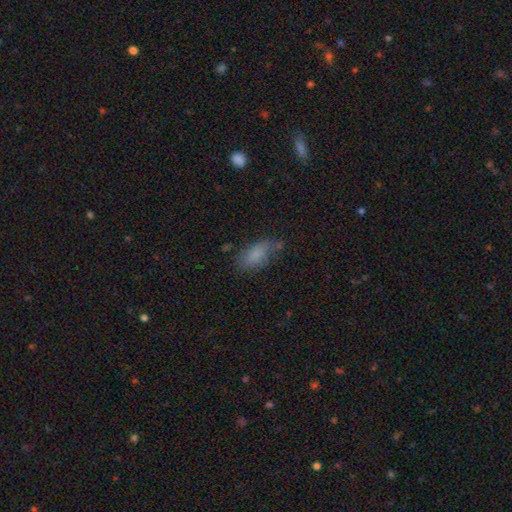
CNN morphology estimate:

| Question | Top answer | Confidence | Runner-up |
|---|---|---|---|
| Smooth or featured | smooth | 80% | featured or disk (11%) |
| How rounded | in between | 86% | cigar-shaped (11%) |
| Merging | none | 63% | minor disturbance (25%) |